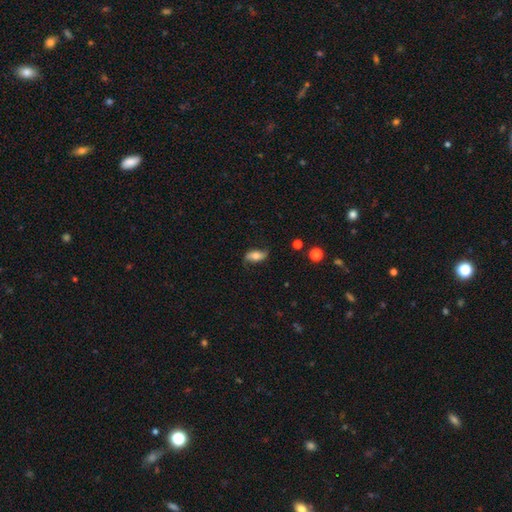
smooth_or_featured: smooth (p=0.62) [alt: featured or disk p=0.35]
how_rounded: in between (p=0.87) [alt: cigar-shaped p=0.13]
merging: none (p=0.67) [alt: minor disturbance p=0.22]